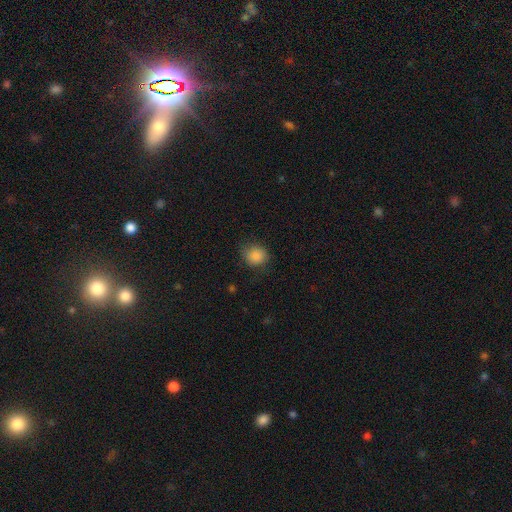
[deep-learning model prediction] Smooth or featured? smooth (86%)
How rounded? round (77%)
Merging? none (75%)